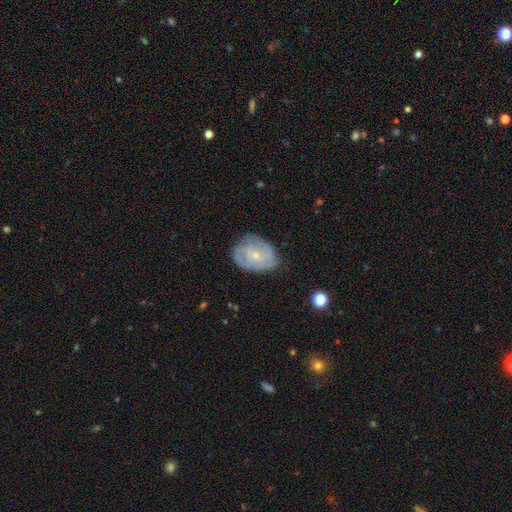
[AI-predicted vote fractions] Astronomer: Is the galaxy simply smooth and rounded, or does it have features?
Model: featured or disk — 68%.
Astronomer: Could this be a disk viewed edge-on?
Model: no — 97%.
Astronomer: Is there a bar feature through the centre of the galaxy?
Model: no — 66%.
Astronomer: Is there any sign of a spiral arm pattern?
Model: yes — 83%.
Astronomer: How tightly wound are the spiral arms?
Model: tight — 56% (runner-up: medium, 33%).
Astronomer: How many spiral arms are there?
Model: can't tell — 40% (runner-up: 2, 29%).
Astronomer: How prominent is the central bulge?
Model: small — 74%.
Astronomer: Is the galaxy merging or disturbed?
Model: none — 71%.